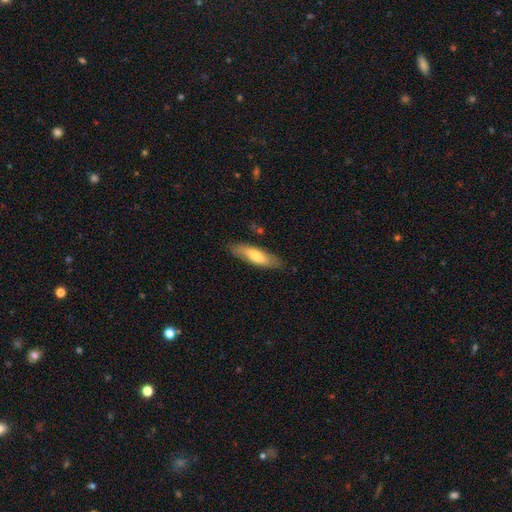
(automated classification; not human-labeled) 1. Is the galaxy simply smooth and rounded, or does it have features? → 66% smooth, 29% featured or disk, 5% star or artifact.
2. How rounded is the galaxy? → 60% cigar-shaped, 38% in between, 2% round.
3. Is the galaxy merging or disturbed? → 83% none, 13% minor disturbance, 3% major disturbance, 2% merger.